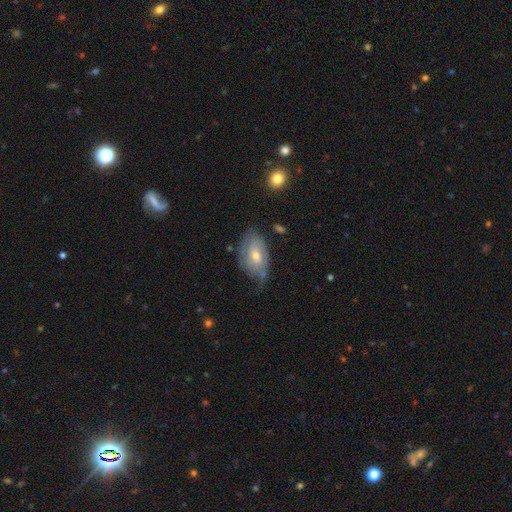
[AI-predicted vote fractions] A featured or disk galaxy (50%).

Vote fractions:
- Smooth or featured? featured or disk: 50% / smooth: 43% / star or artifact: 7%
- Edge-on disk? no: 92% / yes: 8%
- Merging? none: 42% / minor disturbance: 36% / major disturbance: 17% / merger: 4%